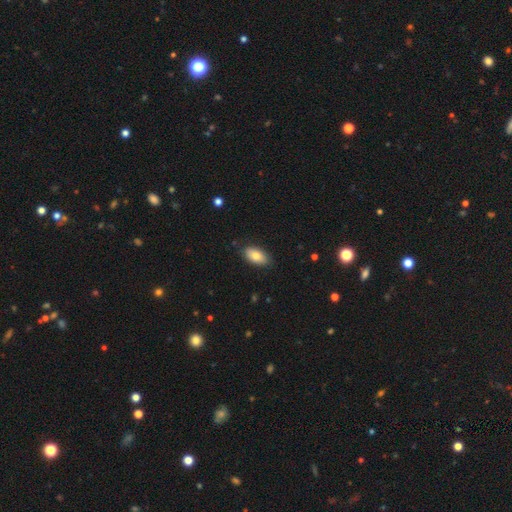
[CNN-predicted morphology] smooth_or_featured: smooth (p=0.81) [alt: featured or disk p=0.12]
how_rounded: in between (p=0.93) [alt: round p=0.04]
merging: none (p=0.85) [alt: minor disturbance p=0.12]